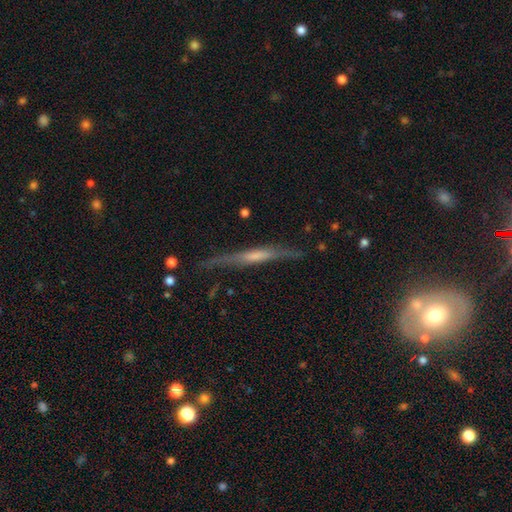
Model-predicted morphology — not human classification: smooth-or-featured: featured or disk: 65% | smooth: 29% | star or artifact: 7%
  disk-edge-on: yes: 94% | no: 6%
    edge-on-bulge: none: 49% | rounded: 29% | boxy: 22%
  merging: none: 75% | minor disturbance: 17% | major disturbance: 5% | merger: 3%